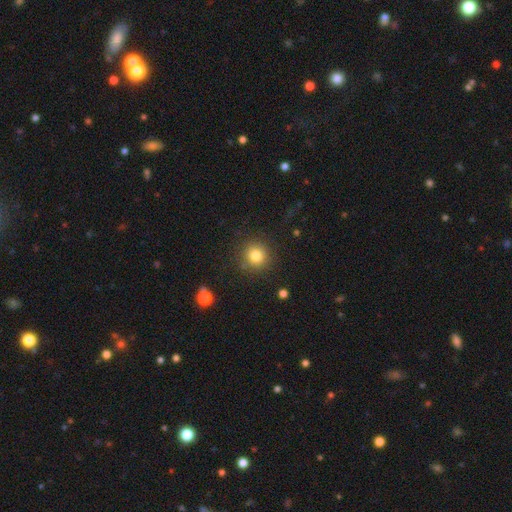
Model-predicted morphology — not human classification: A smooth galaxy with no disk features (81%) that is round (93%). Merging: none (87%).